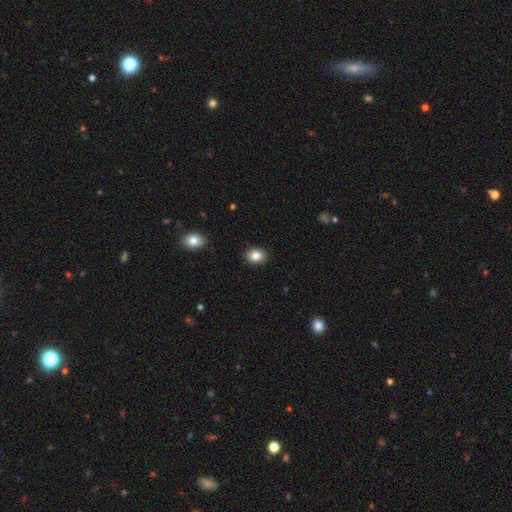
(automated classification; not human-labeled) Smooth or featured? smooth (85%)
How rounded? in between (60%)
Merging? none (90%)